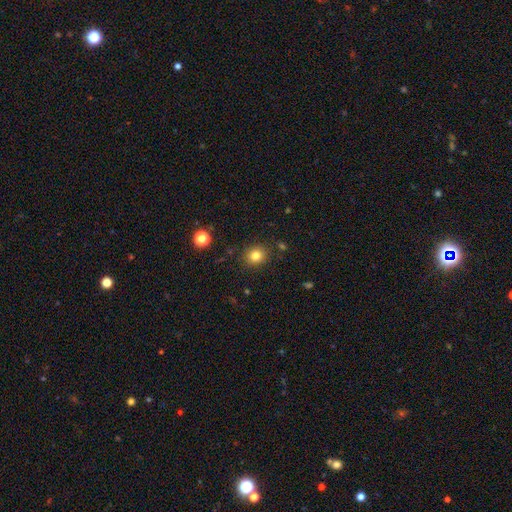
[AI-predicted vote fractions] Q: Smooth or featured?
A: smooth (81%); runner-up: star or artifact (12%)
Q: How rounded?
A: round (81%); runner-up: in between (18%)
Q: Merging?
A: none (88%); runner-up: minor disturbance (8%)